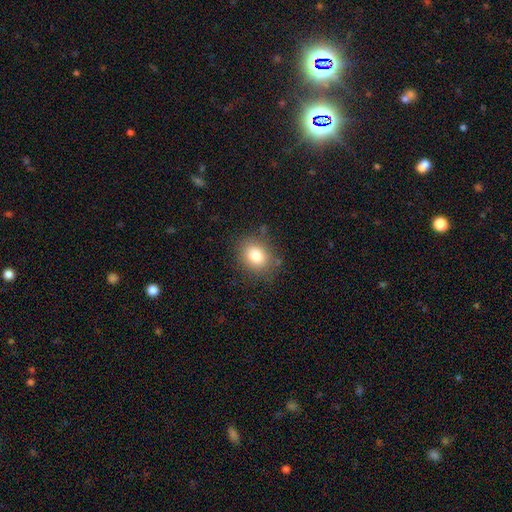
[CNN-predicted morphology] Smooth or featured: smooth — 80% (star or artifact — 11%)
How rounded: round — 58% (in between — 41%)
Merging: none — 81% (minor disturbance — 13%)